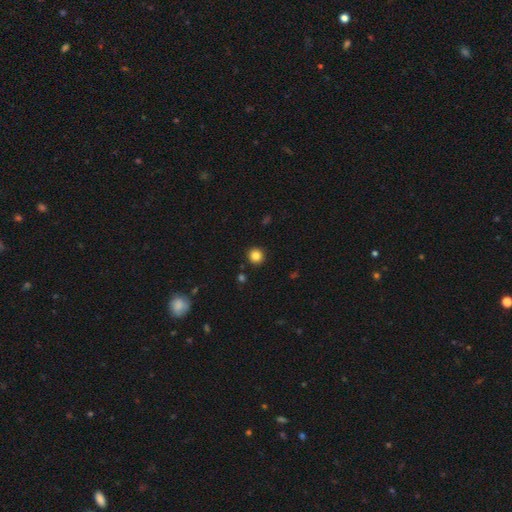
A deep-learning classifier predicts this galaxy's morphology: Q: Smooth or featured?
A: smooth (84%); runner-up: star or artifact (12%)
Q: How rounded?
A: round (94%); runner-up: in between (5%)
Q: Merging?
A: none (92%); runner-up: minor disturbance (5%)